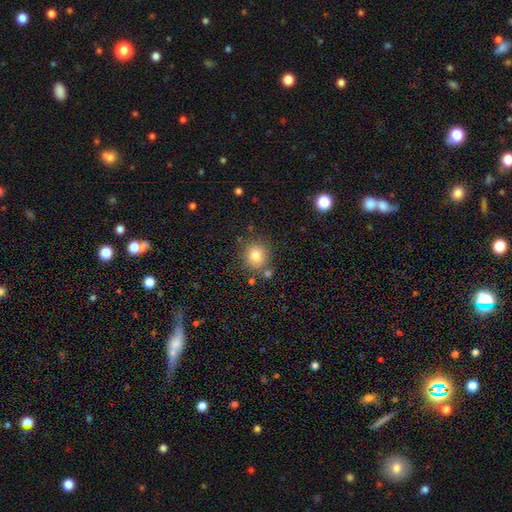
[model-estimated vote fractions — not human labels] A smooth galaxy with no disk features (80%) that is round (86%).

Vote fractions:
- Smooth or featured? smooth: 80% / star or artifact: 11% / featured or disk: 8%
- How rounded? round: 86% / in between: 14% / cigar-shaped: 1%
- Merging? none: 80% / minor disturbance: 10% / merger: 7% / major disturbance: 3%